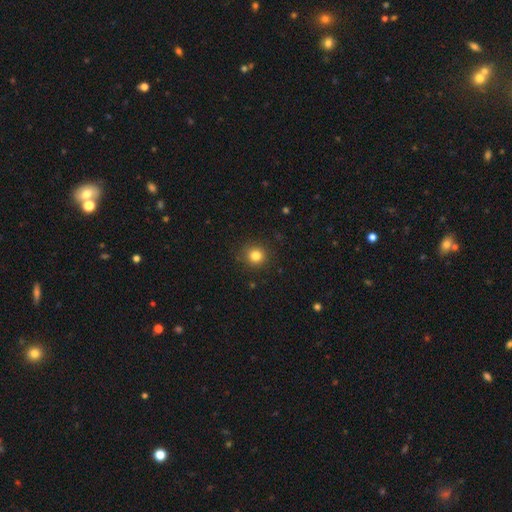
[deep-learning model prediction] This is clearly a smooth galaxy (82%). How rounded: clearly round (90%). Merging: clearly none (90%).